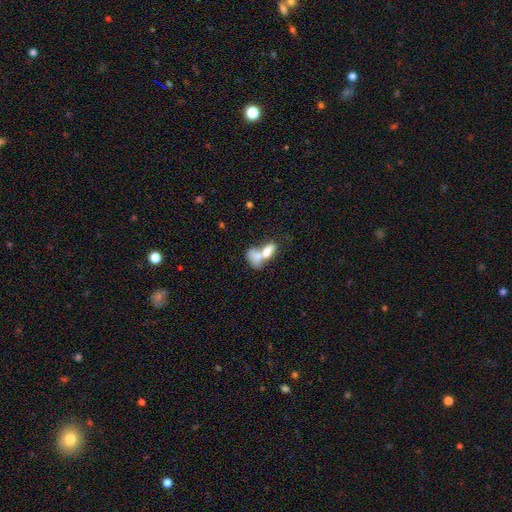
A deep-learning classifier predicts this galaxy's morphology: Smooth or featured? Predicted: smooth (p=0.69). How rounded? Predicted: in between (p=0.83). Merging? Predicted: merger (p=0.73).